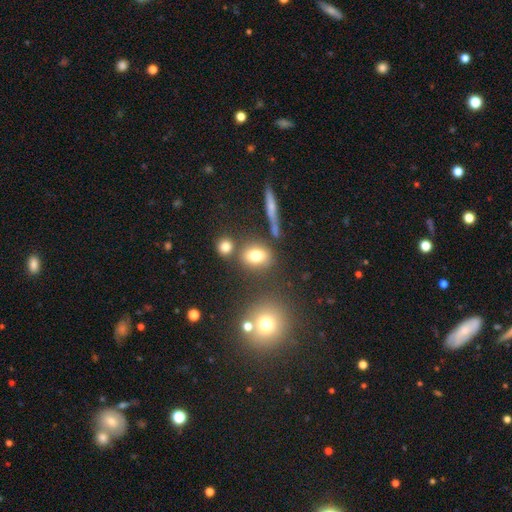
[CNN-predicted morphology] Smooth or featured?
  - smooth: 75% *
  - star or artifact: 13%
  - featured or disk: 12%
How rounded?
  - in between: 56% *
  - round: 40%
  - cigar-shaped: 4%
Merging?
  - none: 72% *
  - merger: 12%
  - minor disturbance: 12%
  - major disturbance: 4%